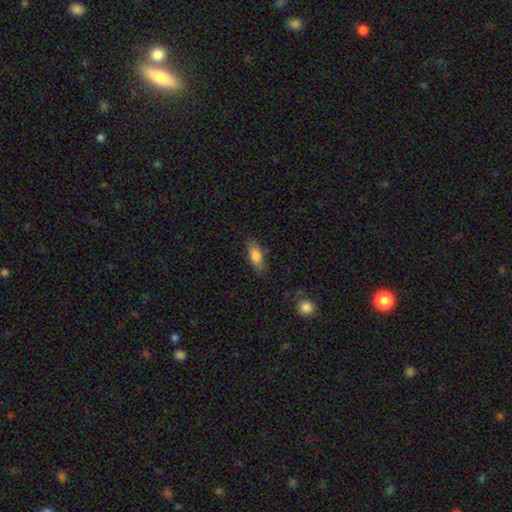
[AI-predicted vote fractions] Smooth or featured?
  - smooth: 80% *
  - featured or disk: 13%
  - star or artifact: 7%
How rounded?
  - in between: 70% *
  - cigar-shaped: 27%
  - round: 3%
Merging?
  - none: 80% *
  - minor disturbance: 15%
  - major disturbance: 4%
  - merger: 2%